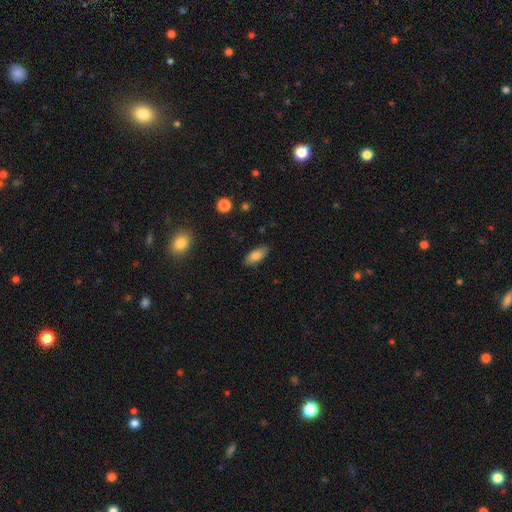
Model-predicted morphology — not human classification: This is clearly a smooth galaxy (81%). How rounded: clearly in between (82%). Merging: clearly none (86%).